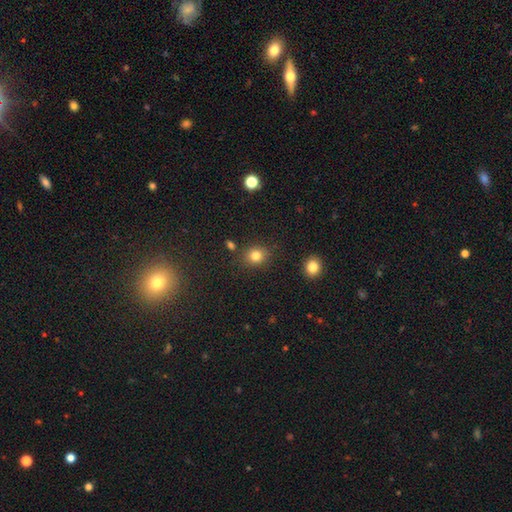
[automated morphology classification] smooth-or-featured: smooth: 81% | star or artifact: 13% | featured or disk: 6%
  how-rounded: round: 77% | in between: 22% | cigar-shaped: 1%
  merging: none: 83% | minor disturbance: 10% | merger: 4% | major disturbance: 3%